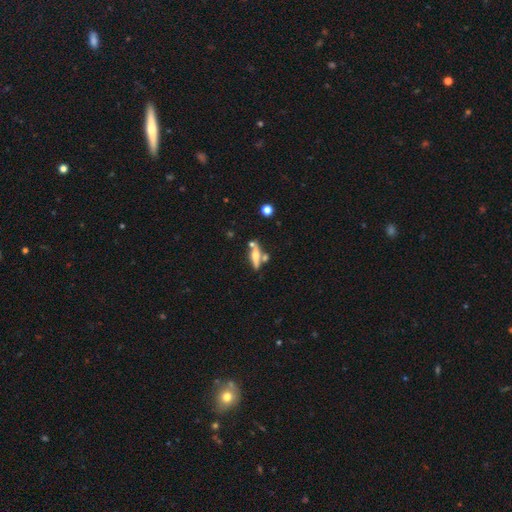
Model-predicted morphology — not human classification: Overall: featured or disk (52%; smooth 39%). Edge-on disk: yes (87%). Merging: none (59%; merger 22%).